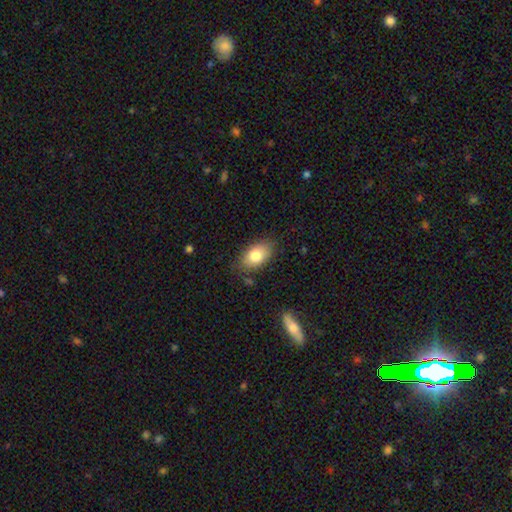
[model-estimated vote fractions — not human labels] smooth 80%, featured or disk 13%, star or artifact 7%. Down the decision tree: how rounded — in between (90%); merging — none (78%).